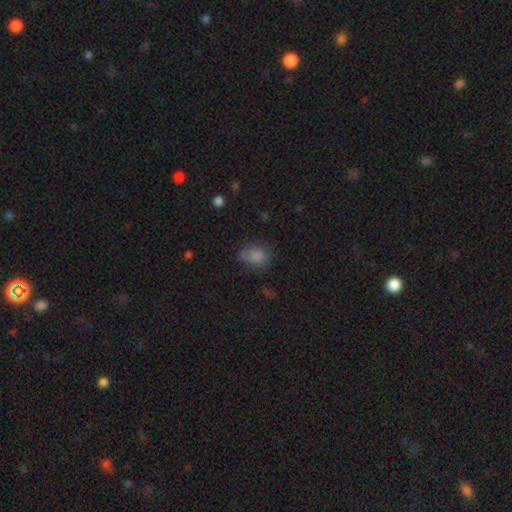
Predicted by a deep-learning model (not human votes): Smooth or featured: smooth — 80% (star or artifact — 12%)
How rounded: in between — 55% (round — 44%)
Merging: none — 58% (minor disturbance — 26%)